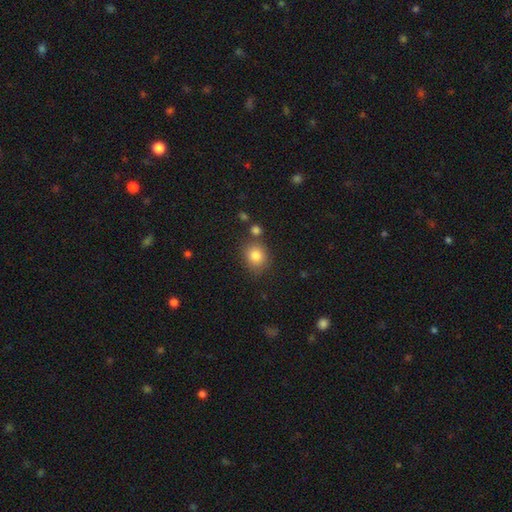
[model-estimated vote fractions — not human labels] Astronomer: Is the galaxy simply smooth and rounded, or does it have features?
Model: smooth — 82%.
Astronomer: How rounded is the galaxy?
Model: round — 74%.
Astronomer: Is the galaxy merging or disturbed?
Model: none — 75%.